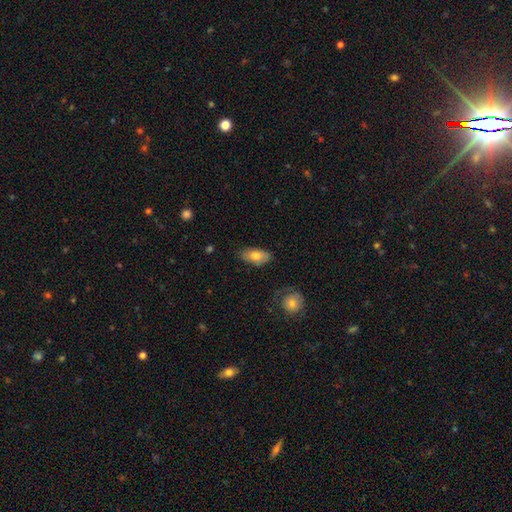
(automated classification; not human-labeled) Morphology: type=smooth (76%); roundness=in between (91%); merging=none (78%).